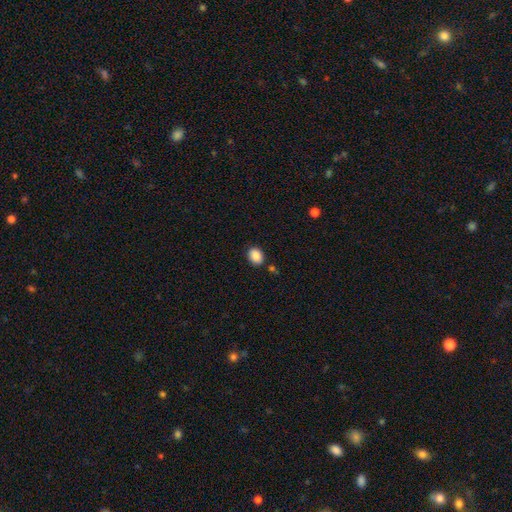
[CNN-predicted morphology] type=smooth (88%); roundness=in between (56%); merging=none (82%).